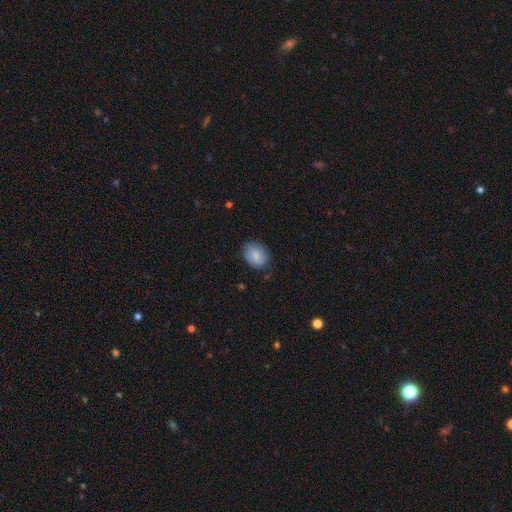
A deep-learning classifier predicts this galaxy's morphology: Overall: smooth (77%). How rounded: in between (58%; round 41%). Merging: none (76%).